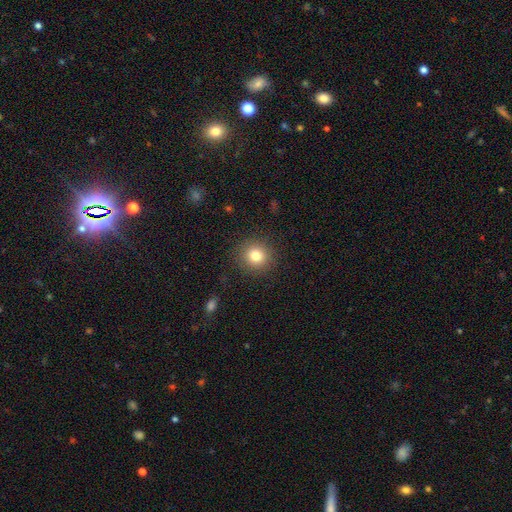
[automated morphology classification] Smooth or featured? smooth (81%)
How rounded? round (91%)
Merging? none (90%)